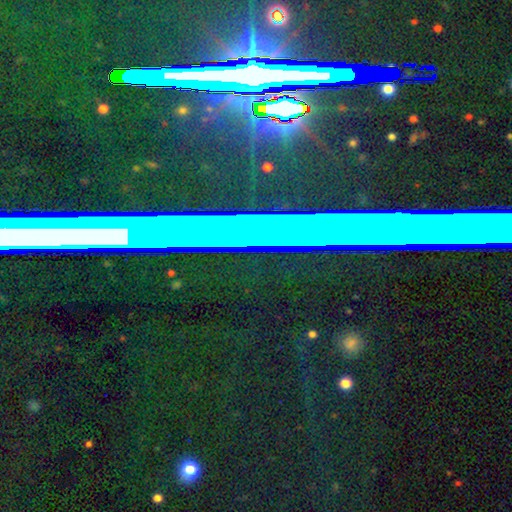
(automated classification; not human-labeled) Smooth or featured: star or artifact — 77% (featured or disk — 14%)